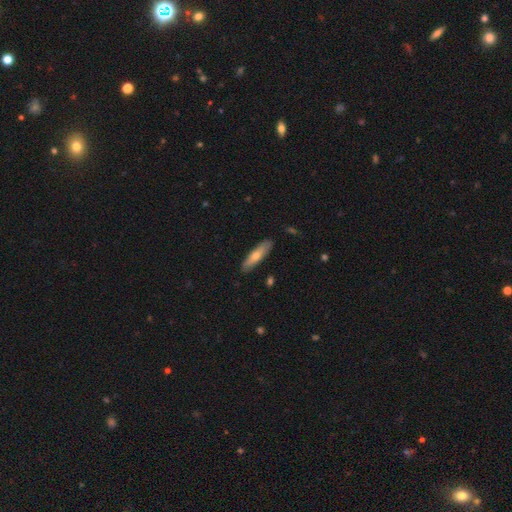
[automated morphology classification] smooth 57%, featured or disk 38%, star or artifact 6%. Down the decision tree: how rounded — cigar-shaped (74%); merging — none (88%).